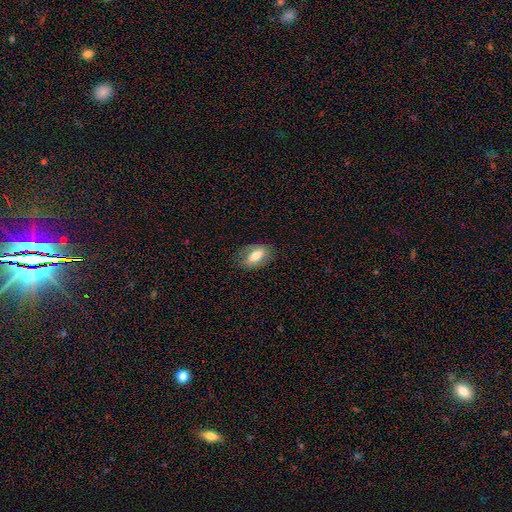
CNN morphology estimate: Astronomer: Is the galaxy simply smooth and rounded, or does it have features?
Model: smooth — 64%.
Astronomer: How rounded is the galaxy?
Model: in between — 87%.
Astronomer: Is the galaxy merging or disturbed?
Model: none — 77%.